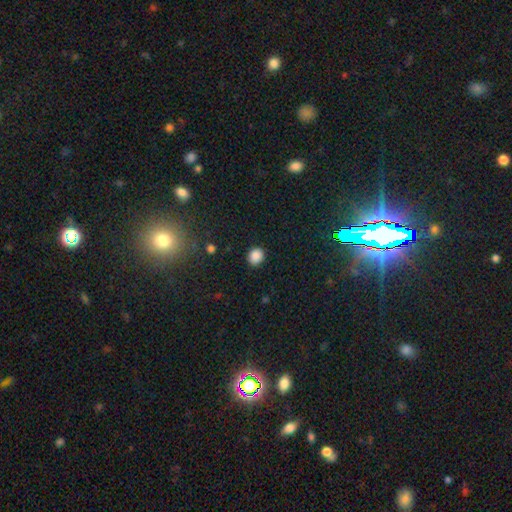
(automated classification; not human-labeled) Smooth or featured? Predicted: smooth (p=0.87). How rounded? Predicted: round (p=0.76). Merging? Predicted: none (p=0.89).